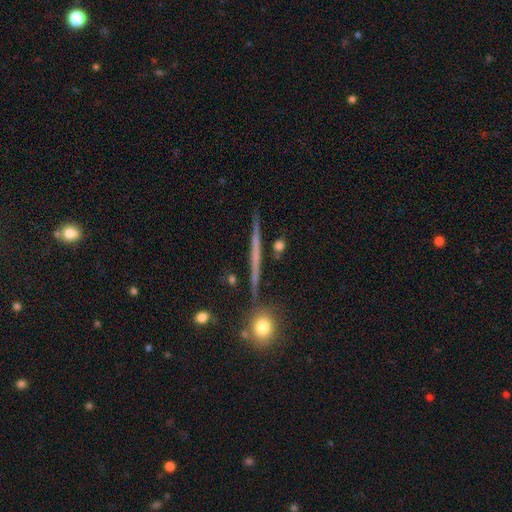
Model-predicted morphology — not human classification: A featured or disk galaxy (60%) viewed edge-on (96%) with no central bulge (86%). Merging: none (87%).